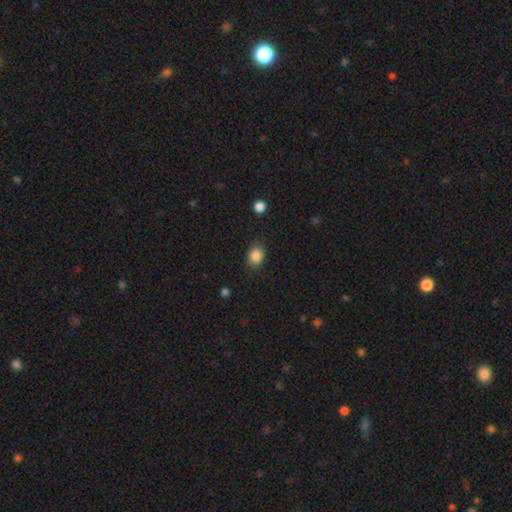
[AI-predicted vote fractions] Smooth or featured? smooth (87%)
How rounded? round (54%)
Merging? none (81%)